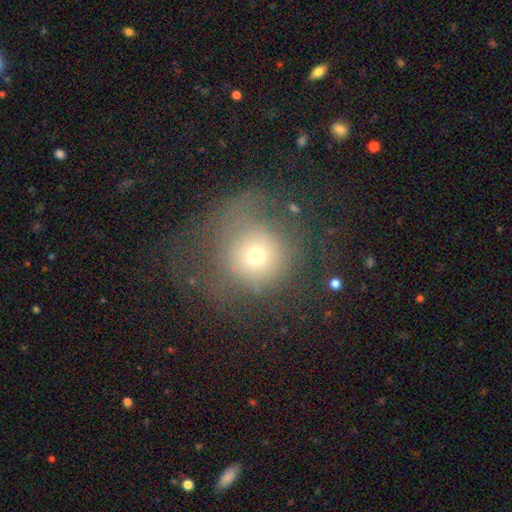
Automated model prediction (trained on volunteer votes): Overall: smooth (62%; featured or disk 22%). How rounded: round (92%). Merging: none (43%; major disturbance 36%).